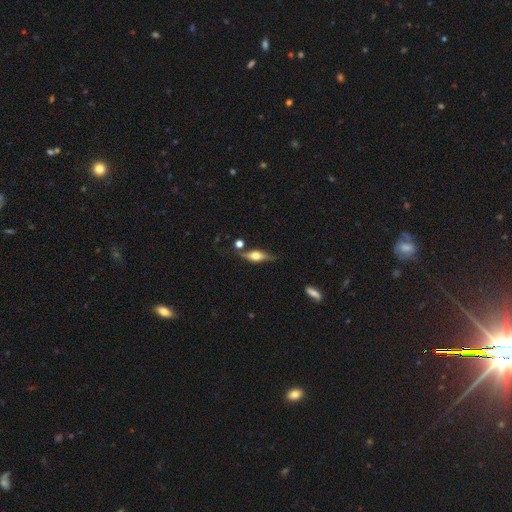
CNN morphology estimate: smooth-or-featured: featured or disk: 65% | smooth: 28% | star or artifact: 7%
  disk-edge-on: yes: 93% | no: 7%
    edge-on-bulge: rounded: 93% | boxy: 6% | none: 2%
  merging: none: 76% | minor disturbance: 15% | merger: 6% | major disturbance: 4%